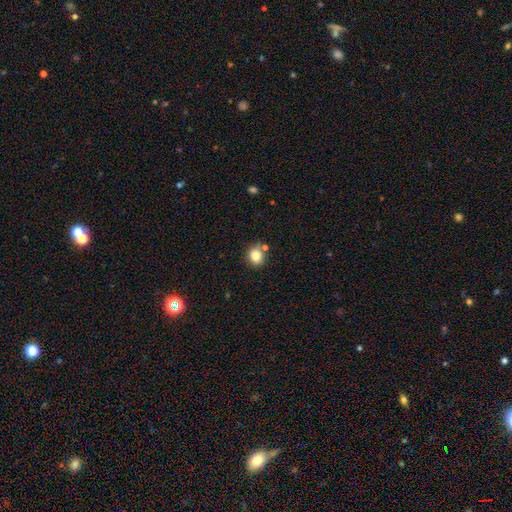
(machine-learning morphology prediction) type=smooth (83%); roundness=round (69%); merging=none (73%).